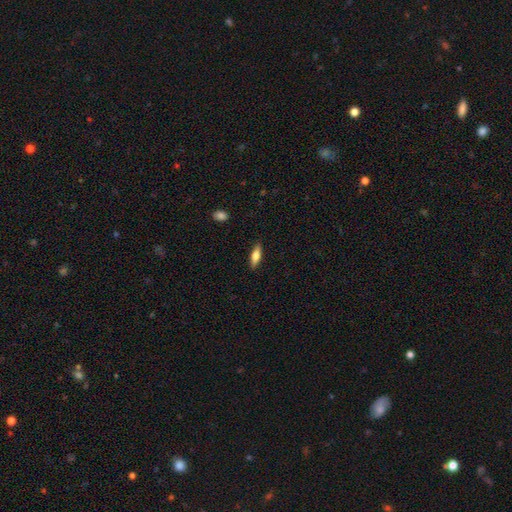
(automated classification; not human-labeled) smooth_or_featured: smooth (p=0.67) [alt: featured or disk p=0.27]
how_rounded: cigar-shaped (p=0.51) [alt: in between p=0.46]
merging: none (p=0.88) [alt: minor disturbance p=0.09]